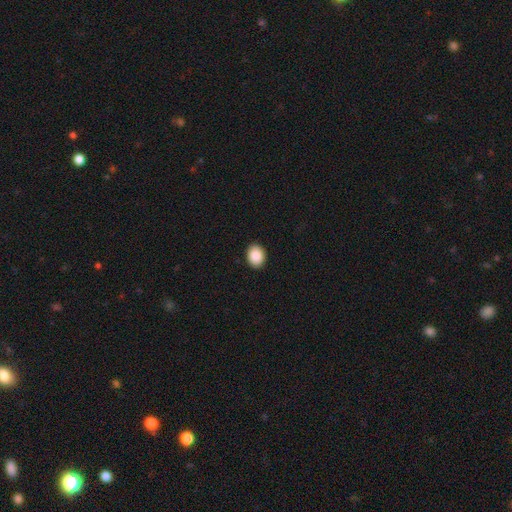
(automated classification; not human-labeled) The model was most divided on "how rounded": in between: 57%, round: 42%, cigar-shaped: 1%. More confident: merging — none (91%); smooth or featured — smooth (89%).